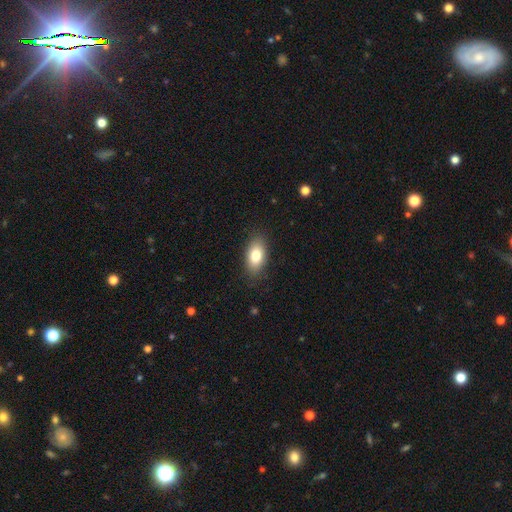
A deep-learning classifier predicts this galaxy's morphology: A smooth galaxy with no disk features (80%) that is in between round and cigar-shaped (90%).

Vote fractions:
- Smooth or featured? smooth: 80% / featured or disk: 12% / star or artifact: 8%
- How rounded? in between: 90% / round: 6% / cigar-shaped: 4%
- Merging? none: 86% / minor disturbance: 10% / major disturbance: 3% / merger: 1%